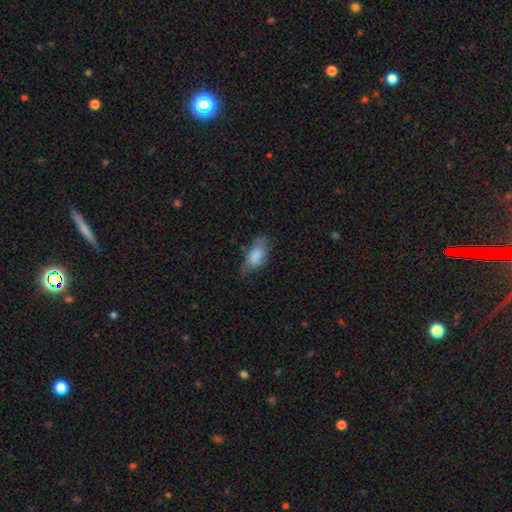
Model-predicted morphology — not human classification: Overall: smooth (80%). How rounded: in between (90%). Merging: none (62%; minor disturbance 27%).